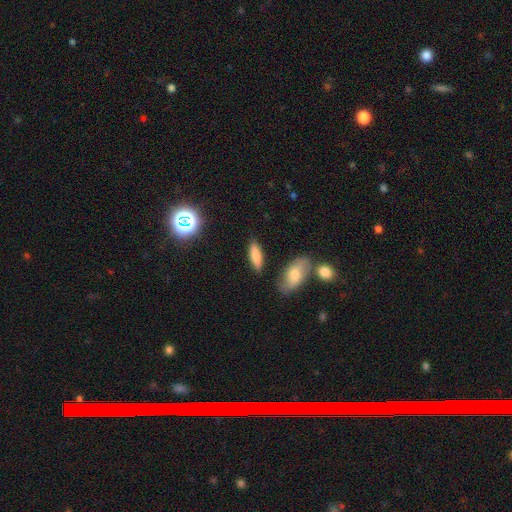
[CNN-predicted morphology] A smooth galaxy with no disk features (79%) that is in between round and cigar-shaped (52%). Merging: none (82%).